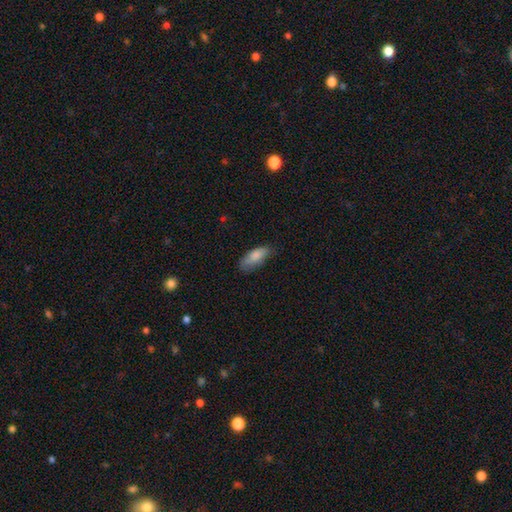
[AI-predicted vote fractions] Smooth or featured? smooth (83%)
How rounded? in between (77%)
Merging? none (65%)